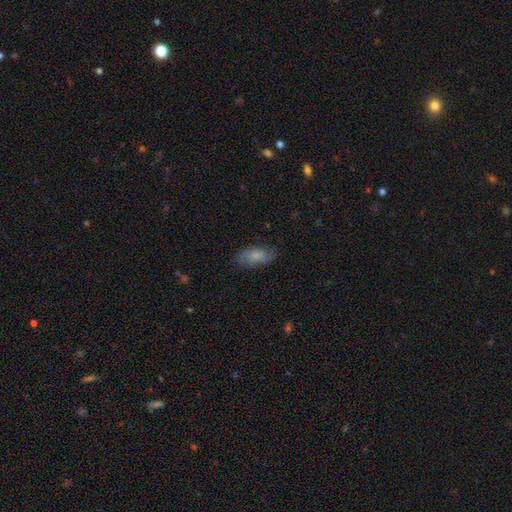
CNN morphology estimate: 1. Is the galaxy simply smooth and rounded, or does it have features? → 68% smooth, 24% featured or disk, 8% star or artifact.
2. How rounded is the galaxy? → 87% in between, 10% cigar-shaped, 3% round.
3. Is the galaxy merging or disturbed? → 74% none, 19% minor disturbance, 6% major disturbance, 1% merger.